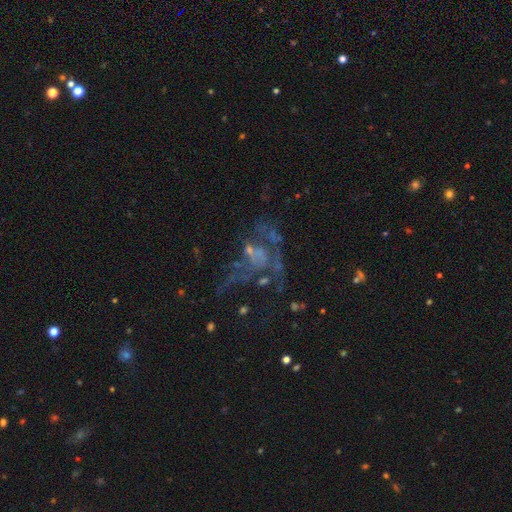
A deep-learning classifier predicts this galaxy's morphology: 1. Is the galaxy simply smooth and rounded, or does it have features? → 60% featured or disk, 25% star or artifact, 14% smooth.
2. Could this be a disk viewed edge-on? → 97% no, 3% yes.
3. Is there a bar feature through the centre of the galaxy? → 84% no, 12% weak, 4% strong.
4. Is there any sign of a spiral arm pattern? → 65% no, 35% yes.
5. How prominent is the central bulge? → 65% none, 21% small, 11% moderate, 2% large, 2% dominant.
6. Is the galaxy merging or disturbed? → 45% major disturbance, 29% none, 13% merger, 13% minor disturbance.